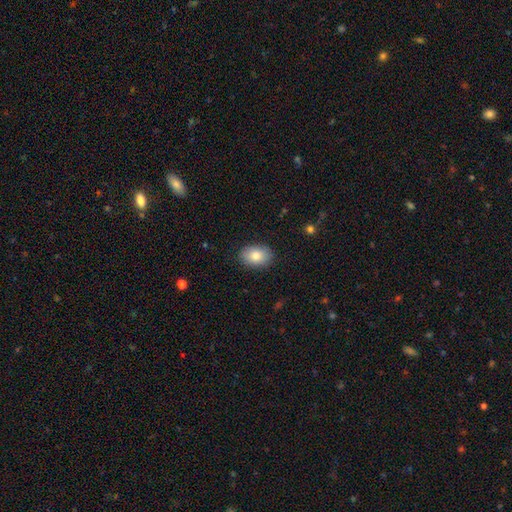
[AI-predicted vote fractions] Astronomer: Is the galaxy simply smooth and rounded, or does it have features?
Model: smooth — 82%.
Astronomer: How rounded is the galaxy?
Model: in between — 81%.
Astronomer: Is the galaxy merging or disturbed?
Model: none — 88%.